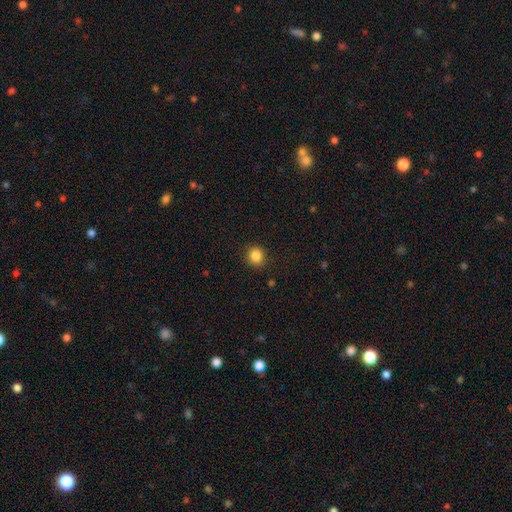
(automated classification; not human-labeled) Overall: smooth (86%). How rounded: round (89%). Merging: none (88%).